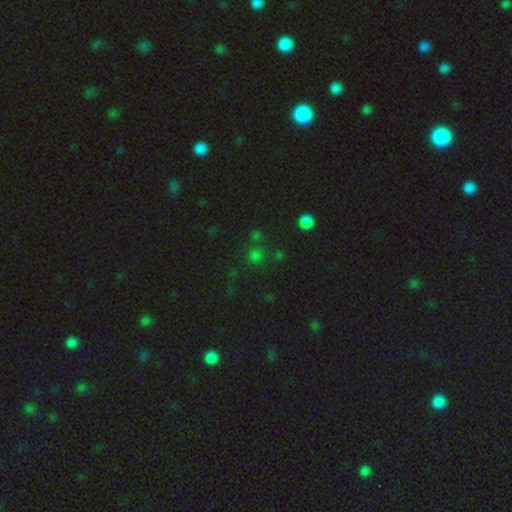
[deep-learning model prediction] This is likely a smooth galaxy (61%). How rounded: clearly round (90%). Merging: likely none (74%).